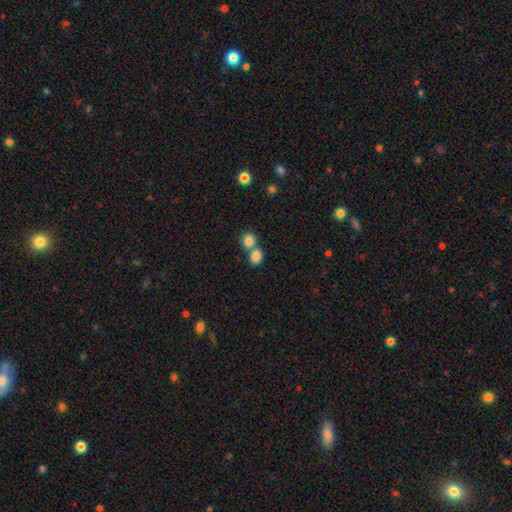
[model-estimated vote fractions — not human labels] Overall: smooth (84%). How rounded: round (64%; in between 35%). Merging: merger (51%; none 40%).